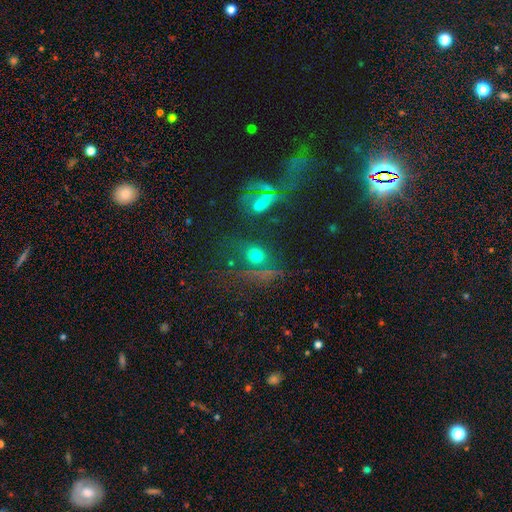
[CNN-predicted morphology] This appears to be a smooth galaxy with no disk features (60%) that is round (75%). Merging: none (66%).